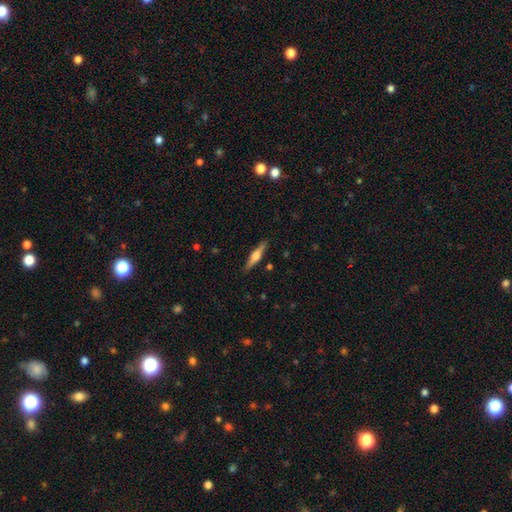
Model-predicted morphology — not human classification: A featured or disk galaxy (61%) viewed edge-on (97%) with a rounded central bulge (88%). Merging: none (89%).